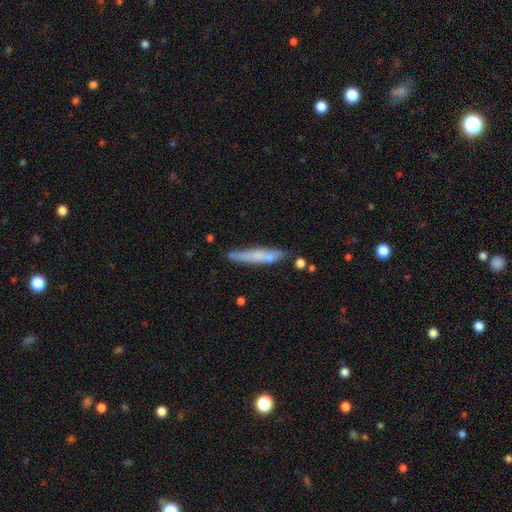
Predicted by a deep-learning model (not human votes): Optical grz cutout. It shows a smooth galaxy with no disk features (61%) that is cigar-shaped (91%). Merging: none (72%).